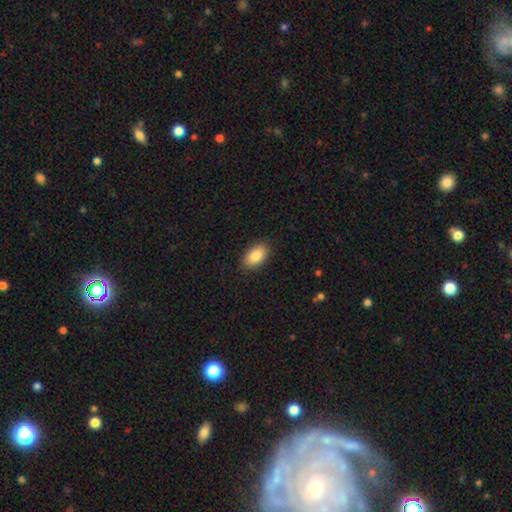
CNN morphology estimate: Smooth or featured?
  - smooth: 86% *
  - featured or disk: 7%
  - star or artifact: 7%
How rounded?
  - in between: 92% *
  - round: 6%
  - cigar-shaped: 2%
Merging?
  - none: 88% *
  - minor disturbance: 8%
  - major disturbance: 2%
  - merger: 1%